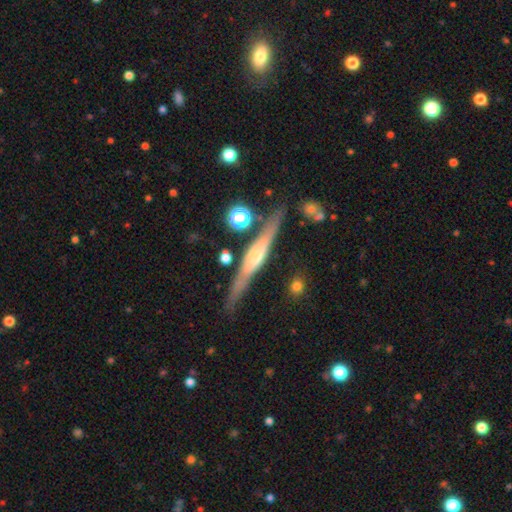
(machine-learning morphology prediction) A featured or disk galaxy (74%) viewed edge-on (95%) with a rounded central bulge (73%). Merging: none (83%).